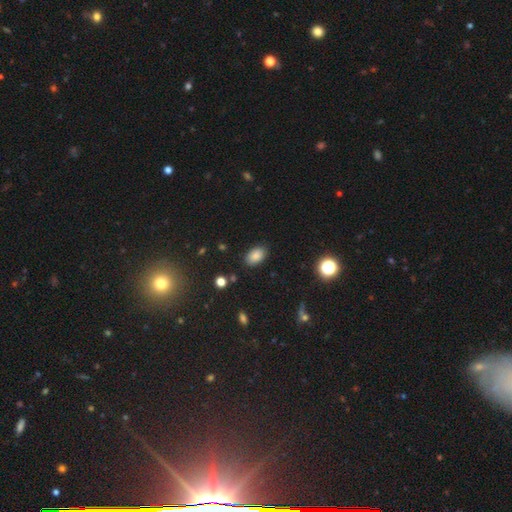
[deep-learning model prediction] Overall: smooth (84%). How rounded: in between (90%). Merging: none (86%).